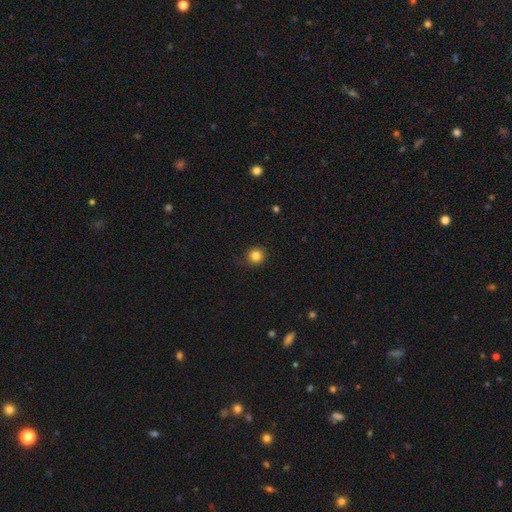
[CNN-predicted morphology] A smooth galaxy with no disk features (83%) that is round (94%).

Vote fractions:
- Smooth or featured? smooth: 83% / star or artifact: 12% / featured or disk: 5%
- How rounded? round: 94% / in between: 6% / cigar-shaped: 1%
- Merging? none: 85% / minor disturbance: 11% / major disturbance: 3% / merger: 1%